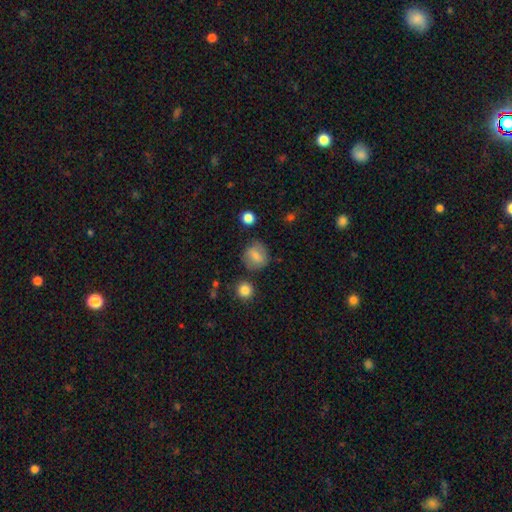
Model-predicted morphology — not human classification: smooth-or-featured: smooth: 72% | featured or disk: 19% | star or artifact: 9%
  how-rounded: round: 73% | in between: 25% | cigar-shaped: 2%
  merging: none: 73% | minor disturbance: 17% | major disturbance: 6% | merger: 4%